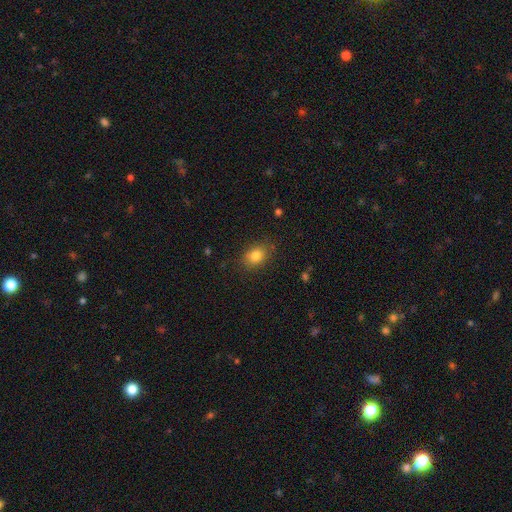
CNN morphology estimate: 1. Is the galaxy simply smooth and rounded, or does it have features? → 82% smooth, 10% star or artifact, 8% featured or disk.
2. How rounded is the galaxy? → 68% in between, 31% round, 1% cigar-shaped.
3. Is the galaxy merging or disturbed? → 82% none, 13% minor disturbance, 4% major disturbance, 1% merger.